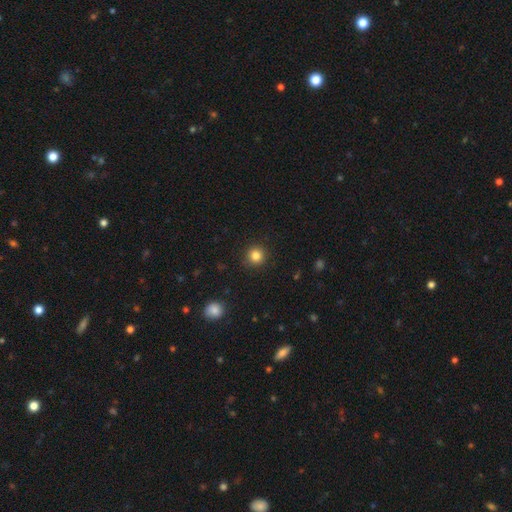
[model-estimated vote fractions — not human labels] Morphology: type=smooth (84%); roundness=round (94%); merging=none (91%).